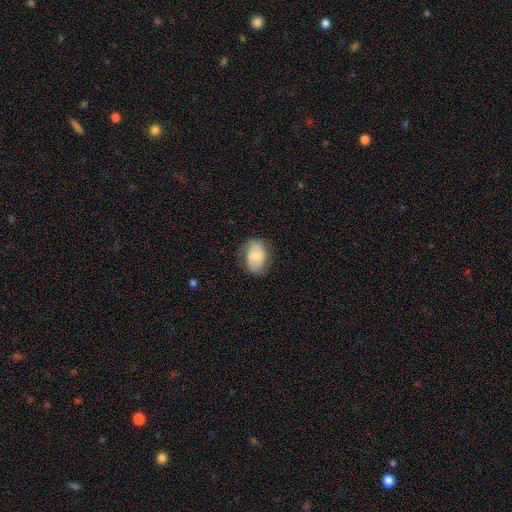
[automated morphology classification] type=smooth (50%); roundness=in between (75%); merging=none (70%).